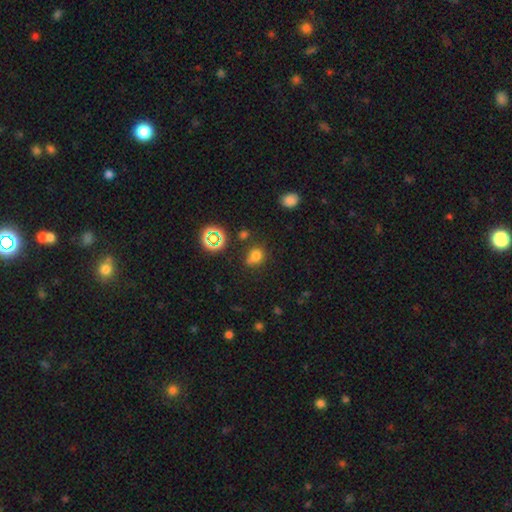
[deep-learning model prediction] Smooth or featured? Predicted: smooth (p=0.68). How rounded? Predicted: round (p=0.65). Merging? Predicted: none (p=0.64).